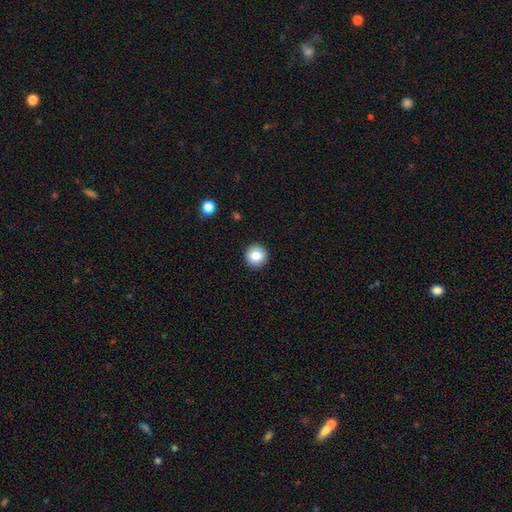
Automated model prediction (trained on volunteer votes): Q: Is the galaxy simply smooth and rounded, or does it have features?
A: smooth — 85%.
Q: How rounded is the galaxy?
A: round — 96%.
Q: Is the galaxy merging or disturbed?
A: none — 93%.